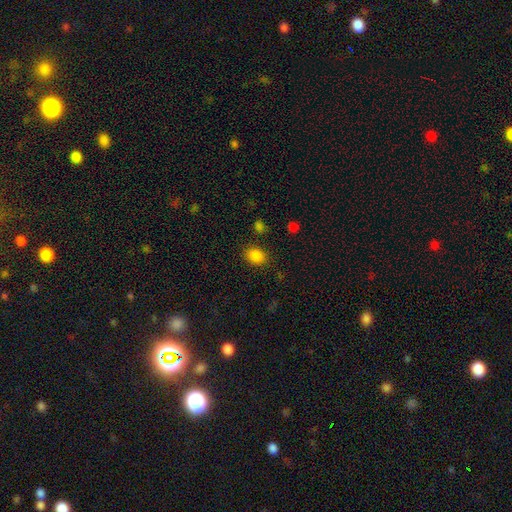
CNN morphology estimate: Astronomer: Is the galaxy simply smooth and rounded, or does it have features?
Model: smooth — 85%.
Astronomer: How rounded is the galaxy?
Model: in between — 59% (runner-up: round, 41%).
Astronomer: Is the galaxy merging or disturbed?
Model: none — 84%.